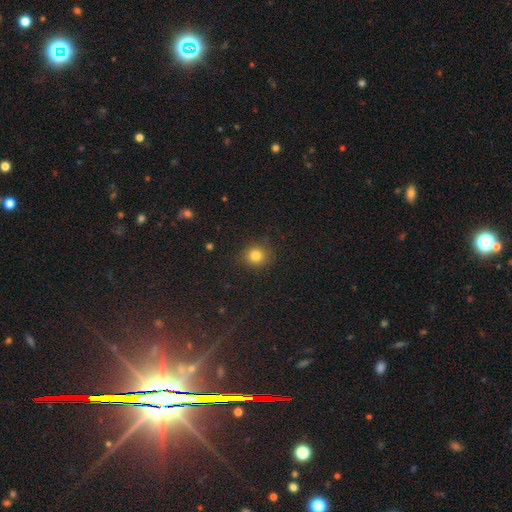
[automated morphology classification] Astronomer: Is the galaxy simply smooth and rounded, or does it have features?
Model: smooth — 82%.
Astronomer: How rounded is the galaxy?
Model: round — 85%.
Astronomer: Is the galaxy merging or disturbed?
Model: none — 86%.